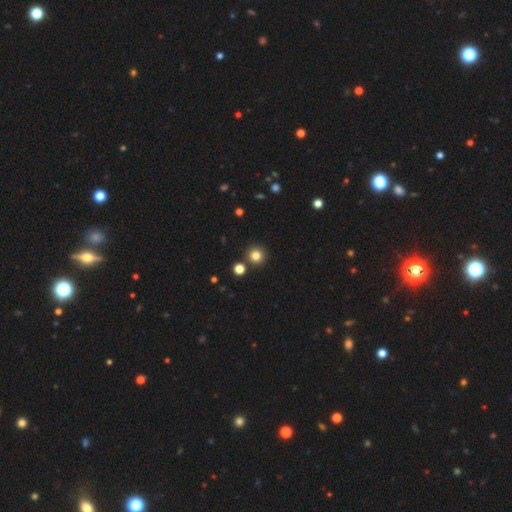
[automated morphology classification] This is clearly a smooth galaxy (81%). How rounded: clearly round (95%). Merging: clearly none (87%).